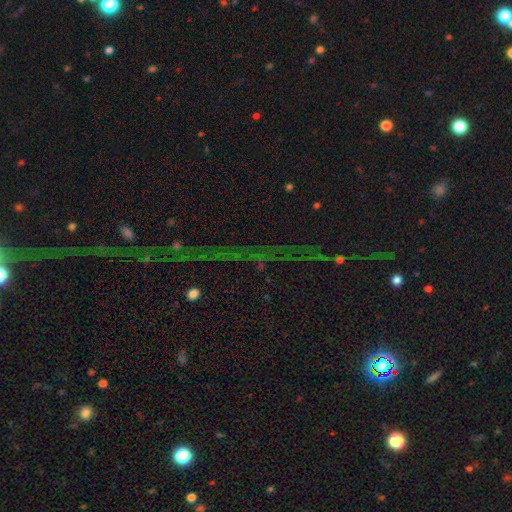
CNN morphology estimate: Smooth or featured? star or artifact (76%)